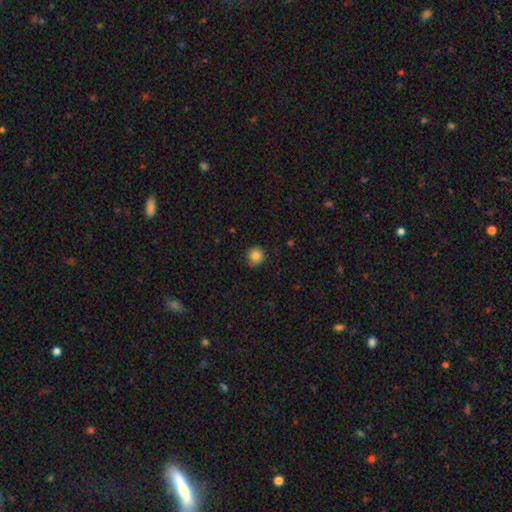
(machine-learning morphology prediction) Q: Smooth or featured?
A: smooth (84%); runner-up: star or artifact (10%)
Q: How rounded?
A: round (92%); runner-up: in between (7%)
Q: Merging?
A: none (87%); runner-up: minor disturbance (10%)